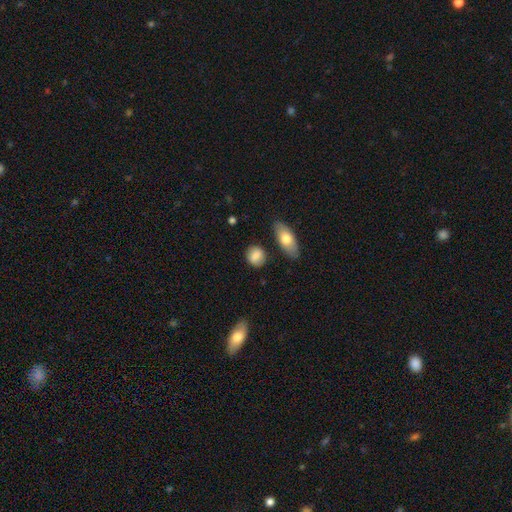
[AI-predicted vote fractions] The model was most divided on "how rounded": round: 57%, in between: 40%, cigar-shaped: 3%. More confident: smooth or featured — smooth (84%); merging — none (80%).